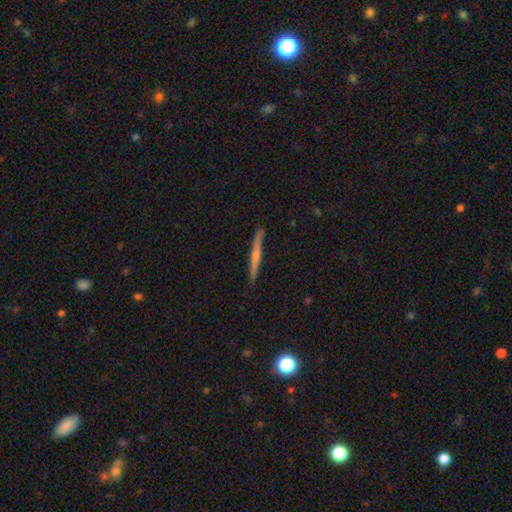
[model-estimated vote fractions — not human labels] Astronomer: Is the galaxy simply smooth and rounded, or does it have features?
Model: featured or disk — 63%.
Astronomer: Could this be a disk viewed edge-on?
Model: yes — 96%.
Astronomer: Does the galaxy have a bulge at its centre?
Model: rounded — 63%.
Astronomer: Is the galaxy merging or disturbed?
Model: none — 90%.